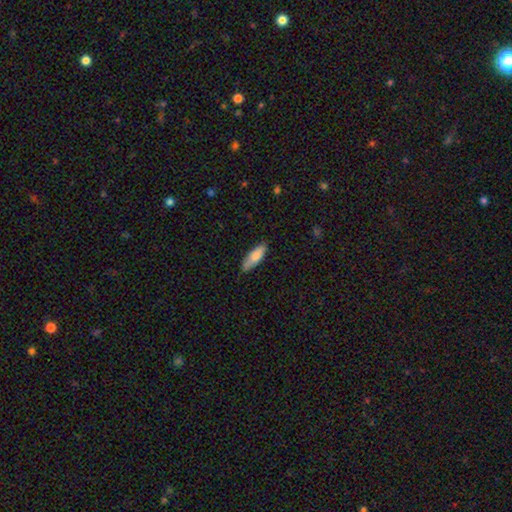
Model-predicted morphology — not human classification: A smooth galaxy with no disk features (80%) that is in between round and cigar-shaped (59%).

Vote fractions:
- Smooth or featured? smooth: 80% / featured or disk: 14% / star or artifact: 6%
- How rounded? in between: 59% / cigar-shaped: 39% / round: 2%
- Merging? none: 81% / minor disturbance: 16% / major disturbance: 2% / merger: 1%